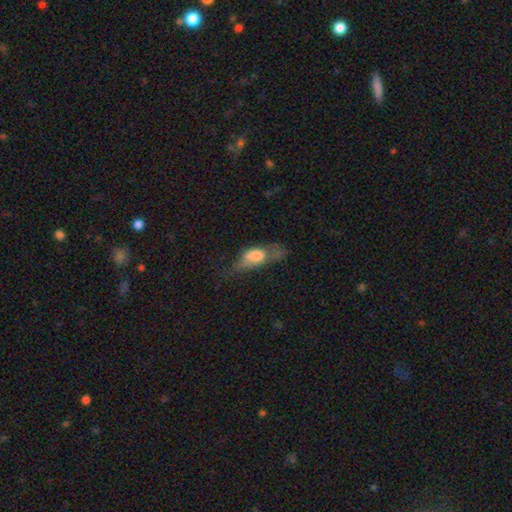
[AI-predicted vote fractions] Smooth or featured?
  - smooth: 61% *
  - featured or disk: 30%
  - star or artifact: 9%
How rounded?
  - in between: 79% *
  - cigar-shaped: 14%
  - round: 7%
Merging?
  - major disturbance: 40% *
  - minor disturbance: 28%
  - none: 27%
  - merger: 5%